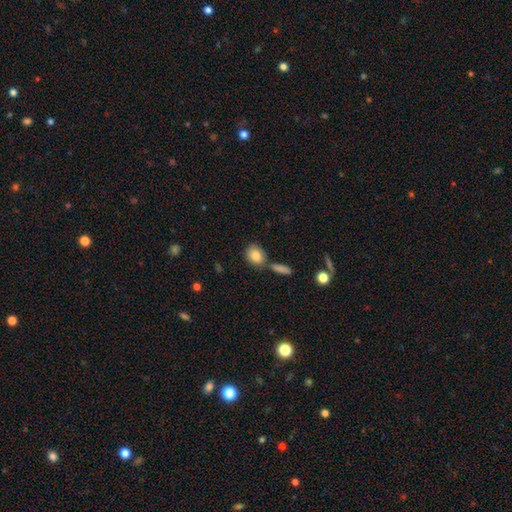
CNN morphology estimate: smooth-or-featured: smooth: 84% | featured or disk: 8% | star or artifact: 8%
  how-rounded: in between: 51% | round: 46% | cigar-shaped: 3%
  merging: none: 65% | merger: 19% | minor disturbance: 13% | major disturbance: 4%